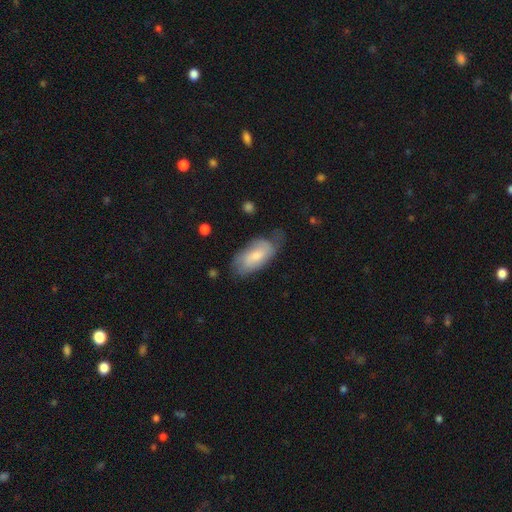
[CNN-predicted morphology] Smooth or featured?
  - smooth: 65% *
  - featured or disk: 29%
  - star or artifact: 6%
How rounded?
  - in between: 91% *
  - cigar-shaped: 7%
  - round: 3%
Merging?
  - none: 51% *
  - minor disturbance: 33%
  - major disturbance: 14%
  - merger: 2%